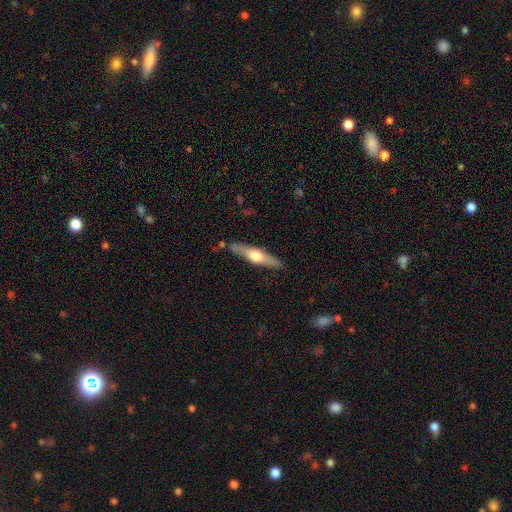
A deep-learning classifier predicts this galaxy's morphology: Smooth or featured? featured or disk (60%)
Edge-on disk? yes (94%)
Edge-on bulge? rounded (93%)
Merging? none (84%)